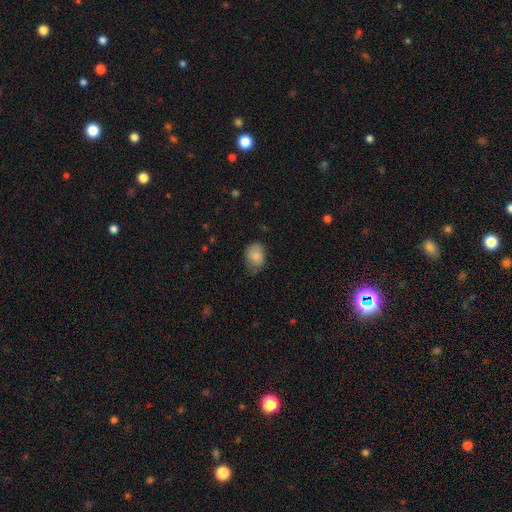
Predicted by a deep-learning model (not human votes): smooth-or-featured: smooth: 80% | featured or disk: 13% | star or artifact: 7%
  how-rounded: in between: 64% | round: 35% | cigar-shaped: 1%
  merging: none: 60% | minor disturbance: 31% | major disturbance: 8% | merger: 1%